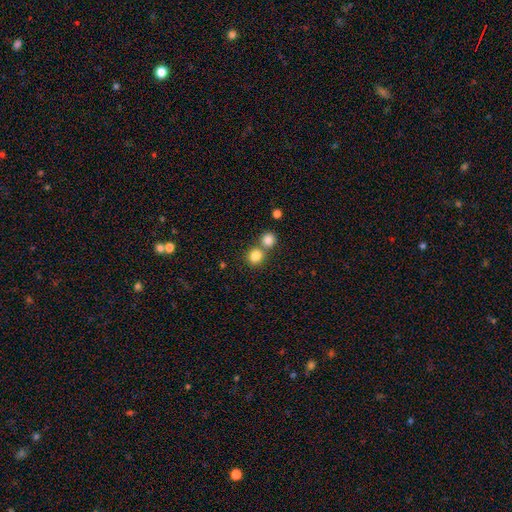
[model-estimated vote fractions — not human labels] Smooth or featured? Predicted: smooth (p=0.83). How rounded? Predicted: round (p=0.86). Merging? Predicted: none (p=0.55).